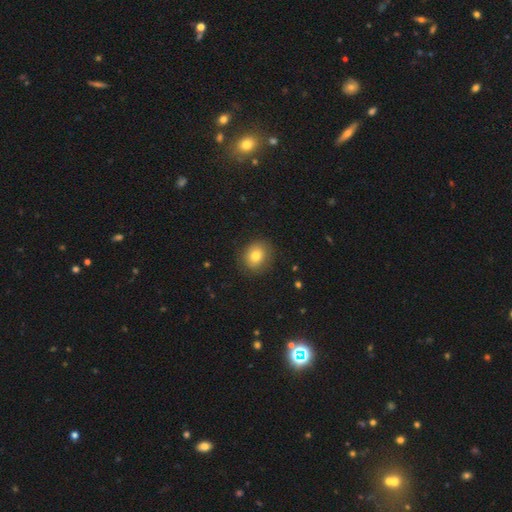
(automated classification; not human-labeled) A smooth galaxy with no disk features (79%) that is round (71%).

Vote fractions:
- Smooth or featured? smooth: 79% / featured or disk: 11% / star or artifact: 10%
- How rounded? round: 71% / in between: 28% / cigar-shaped: 1%
- Merging? none: 85% / minor disturbance: 11% / major disturbance: 3% / merger: 1%